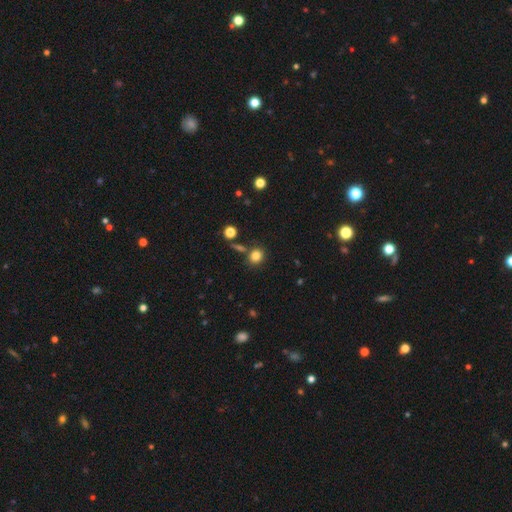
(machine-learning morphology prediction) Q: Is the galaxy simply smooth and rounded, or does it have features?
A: smooth — 81%.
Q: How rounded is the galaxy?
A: round — 77%.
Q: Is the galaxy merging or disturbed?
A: none — 76%.